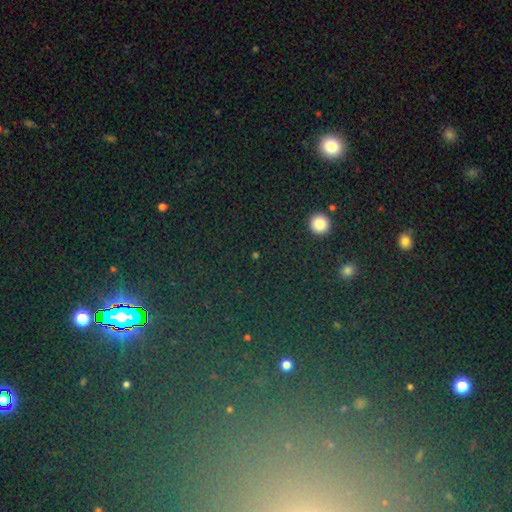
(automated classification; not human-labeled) Smooth or featured?
  - smooth: 52% *
  - star or artifact: 41%
  - featured or disk: 7%
How rounded?
  - round: 86% *
  - in between: 11%
  - cigar-shaped: 3%
Merging?
  - none: 90% *
  - minor disturbance: 5%
  - major disturbance: 3%
  - merger: 2%